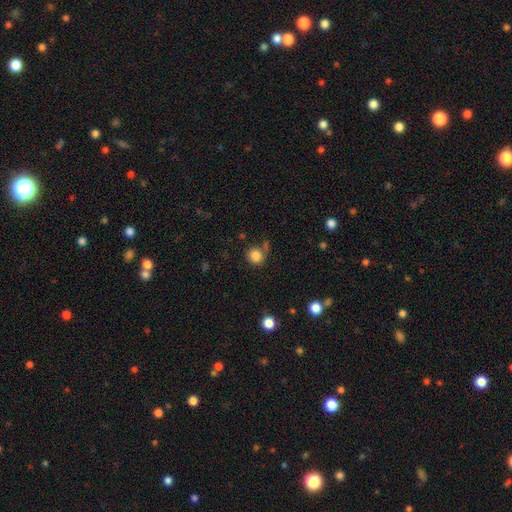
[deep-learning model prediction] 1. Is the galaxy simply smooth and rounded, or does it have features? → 84% smooth, 11% star or artifact, 6% featured or disk.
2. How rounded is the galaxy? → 88% round, 11% in between, 1% cigar-shaped.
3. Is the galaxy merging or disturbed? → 68% none, 14% minor disturbance, 12% merger, 6% major disturbance.